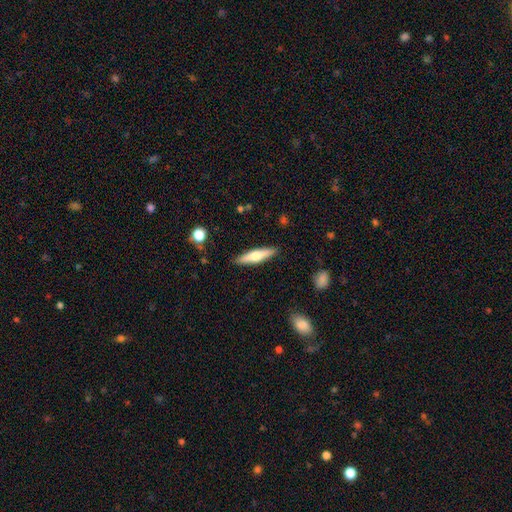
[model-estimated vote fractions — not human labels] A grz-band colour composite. It shows a smooth galaxy with no disk features (51%) that is cigar-shaped (79%). Merging: none (89%).